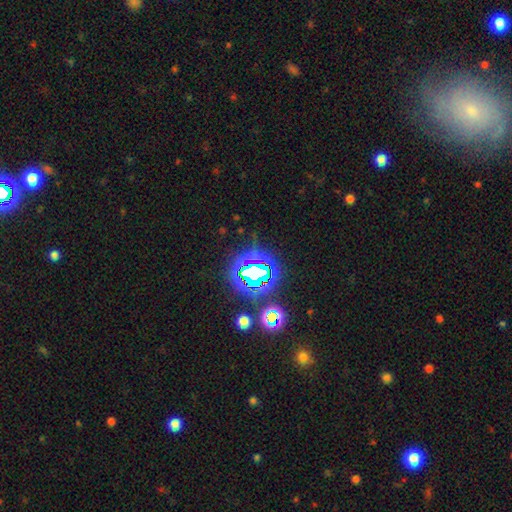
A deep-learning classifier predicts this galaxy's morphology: smooth-or-featured: star or artifact: 73% | smooth: 15% | featured or disk: 12%